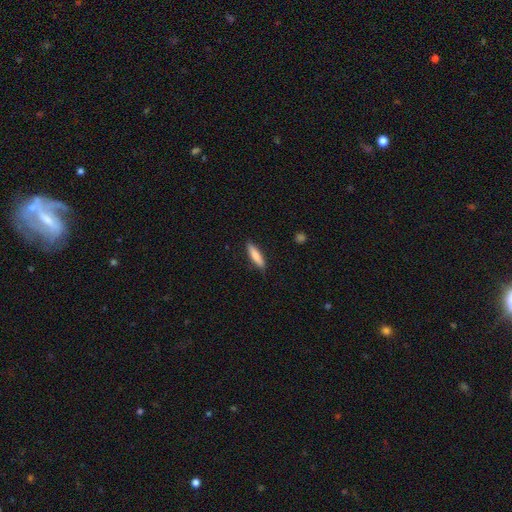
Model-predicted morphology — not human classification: Overall: smooth (81%). How rounded: cigar-shaped (74%). Merging: none (87%).